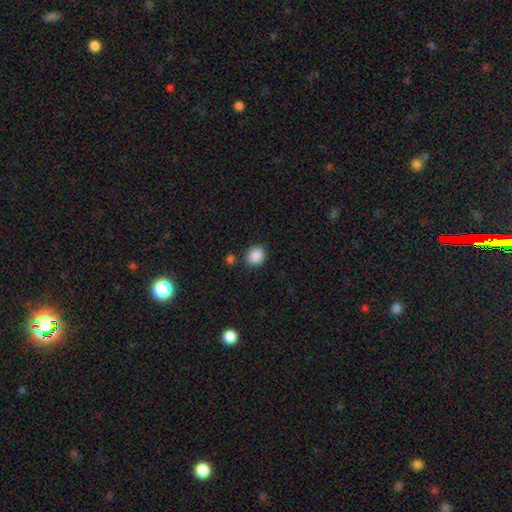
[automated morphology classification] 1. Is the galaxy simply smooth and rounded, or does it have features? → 88% smooth, 9% star or artifact, 3% featured or disk.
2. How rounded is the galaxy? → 66% round, 33% in between, 1% cigar-shaped.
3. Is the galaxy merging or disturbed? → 81% none, 11% minor disturbance, 5% merger, 3% major disturbance.